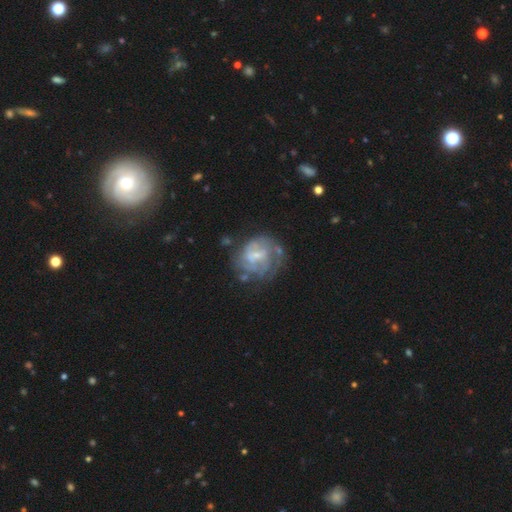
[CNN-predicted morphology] smooth-or-featured: featured or disk: 66% | smooth: 25% | star or artifact: 9%
  disk-edge-on: no: 98% | yes: 2%
    bar: no: 46% | weak: 45% | strong: 9%
    has-spiral-arms: yes: 56% | no: 44%
    bulge-size: small: 57% | moderate: 24% | none: 16% | large: 2% | dominant: 1%
  merging: none: 49% | minor disturbance: 23% | major disturbance: 21% | merger: 7%